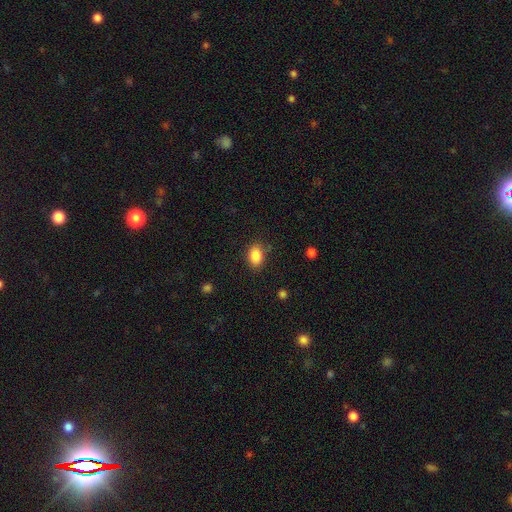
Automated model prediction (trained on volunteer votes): Overall: smooth (87%). How rounded: in between (82%). Merging: none (83%).